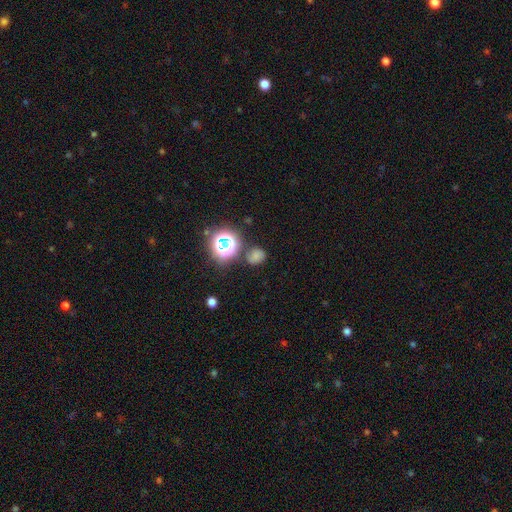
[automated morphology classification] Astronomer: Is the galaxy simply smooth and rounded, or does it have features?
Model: smooth — 60%.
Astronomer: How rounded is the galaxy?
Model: round — 62%.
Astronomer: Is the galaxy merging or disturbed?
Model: none — 69%.